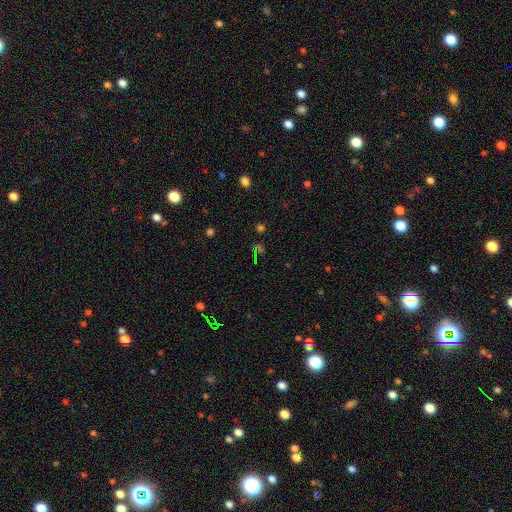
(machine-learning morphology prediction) Q: Smooth or featured?
A: star or artifact (67%); runner-up: smooth (23%)